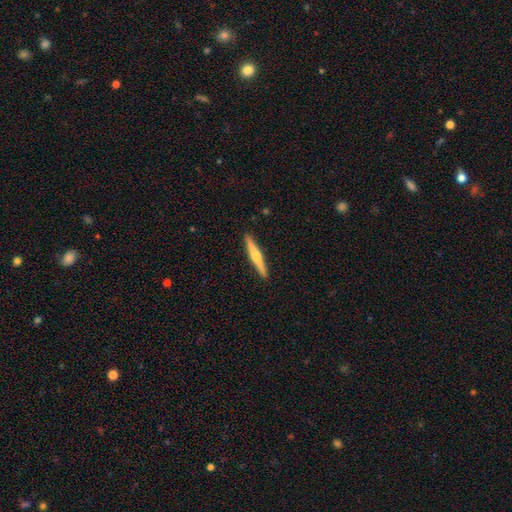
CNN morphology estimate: Q: Smooth or featured?
A: featured or disk (58%); runner-up: smooth (36%)
Q: Edge-on disk?
A: yes (98%); runner-up: no (2%)
Q: Edge-on bulge?
A: rounded (83%); runner-up: none (11%)
Q: Merging?
A: none (92%); runner-up: minor disturbance (6%)